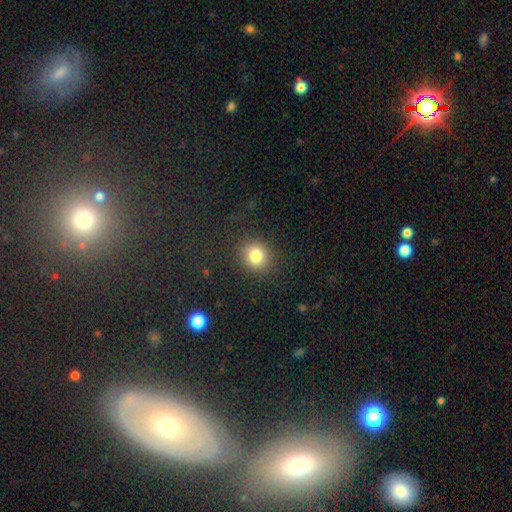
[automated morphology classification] Smooth or featured: smooth — 82% (star or artifact — 11%)
How rounded: round — 80% (in between — 19%)
Merging: none — 86% (minor disturbance — 8%)